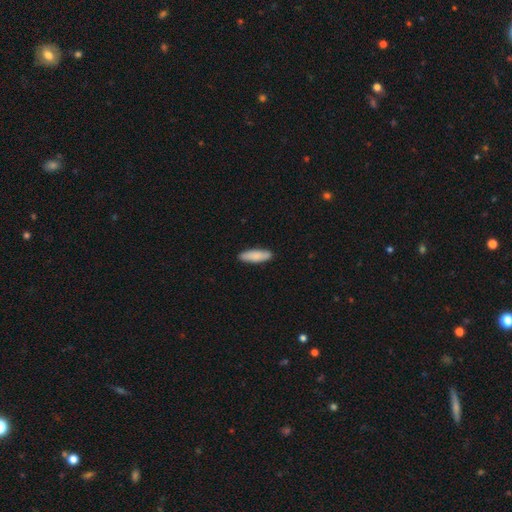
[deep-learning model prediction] Smooth or featured? Predicted: smooth (p=0.85). How rounded? Predicted: cigar-shaped (p=0.53). Merging? Predicted: none (p=0.87).